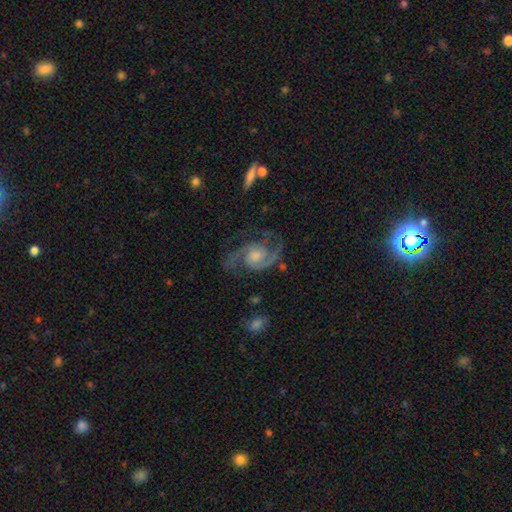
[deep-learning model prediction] smooth_or_featured: featured or disk (p=0.90) [alt: star or artifact p=0.05]
disk_edge_on: no (p=0.98) [alt: yes p=0.02]
bar: no (p=0.65) [alt: weak p=0.29]
has_spiral_arms: yes (p=0.98) [alt: no p=0.02]
spiral_winding: medium (p=0.58) [alt: tight p=0.25]
spiral_arm_count: 2 (p=0.90) [alt: 3 p=0.03]
bulge_size: moderate (p=0.51) [alt: small p=0.30]
merging: none (p=0.75) [alt: minor disturbance p=0.15]